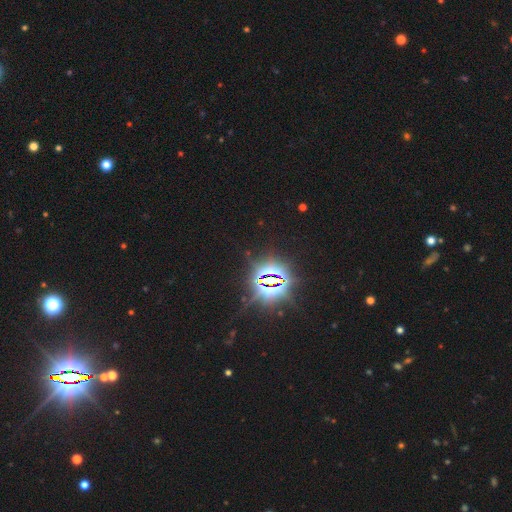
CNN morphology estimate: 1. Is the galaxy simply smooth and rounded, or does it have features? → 86% star or artifact, 8% smooth, 6% featured or disk.